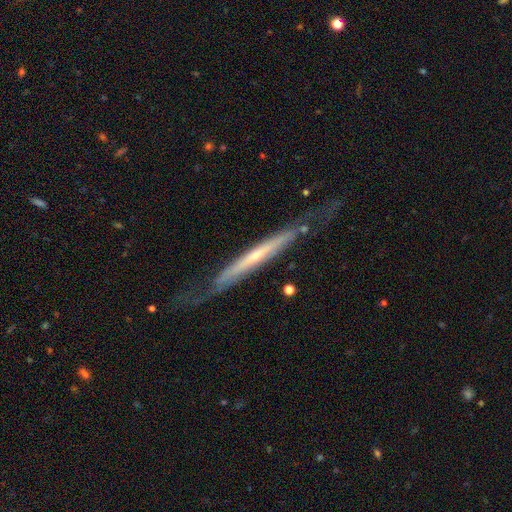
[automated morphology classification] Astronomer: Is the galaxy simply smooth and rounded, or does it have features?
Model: featured or disk — 75%.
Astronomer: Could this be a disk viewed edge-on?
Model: yes — 84%.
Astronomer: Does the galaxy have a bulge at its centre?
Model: none — 52% (runner-up: rounded, 43%).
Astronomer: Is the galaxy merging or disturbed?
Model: none — 68%.